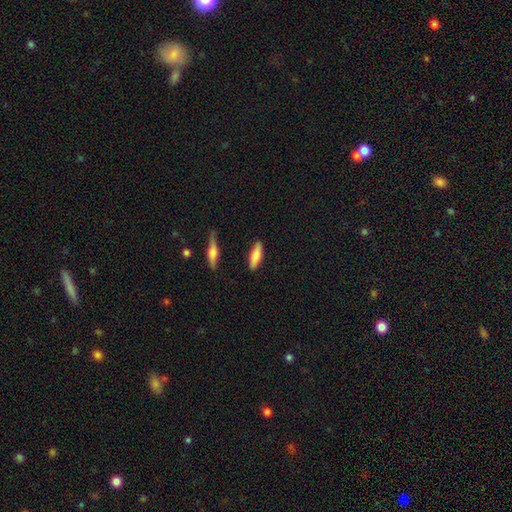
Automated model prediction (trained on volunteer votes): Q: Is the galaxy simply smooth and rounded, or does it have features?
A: smooth — 76%.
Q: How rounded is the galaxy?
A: cigar-shaped — 50%.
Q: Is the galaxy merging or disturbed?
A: none — 86%.